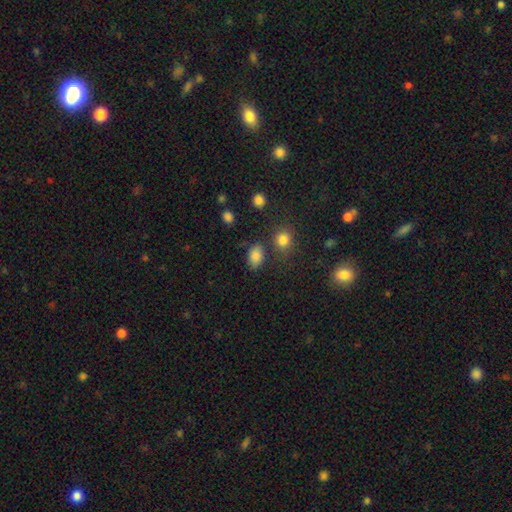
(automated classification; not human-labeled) This appears to be a smooth galaxy with no disk features (83%) that is in between round and cigar-shaped (78%). Merging: none (74%).